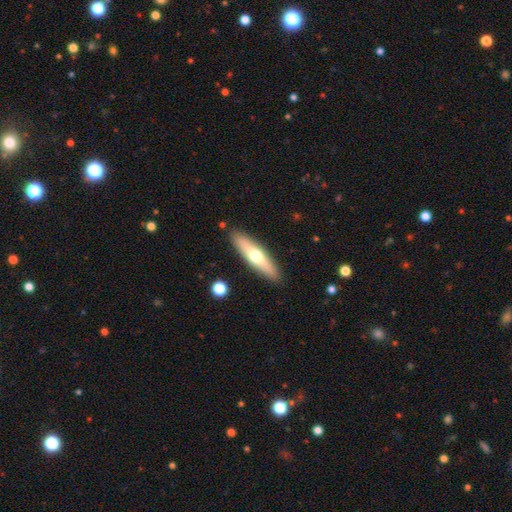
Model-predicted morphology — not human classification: Overall: smooth (54%; featured or disk 41%). How rounded: cigar-shaped (74%). Merging: none (89%).